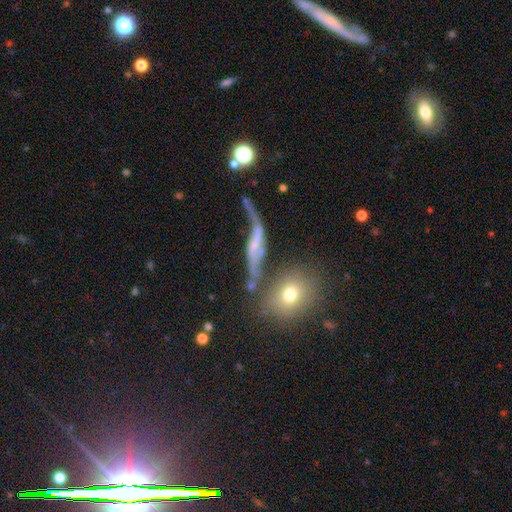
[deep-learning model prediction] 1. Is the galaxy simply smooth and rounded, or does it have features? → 67% featured or disk, 22% smooth, 11% star or artifact.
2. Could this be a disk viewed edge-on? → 80% no, 20% yes.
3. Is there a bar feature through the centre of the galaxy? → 44% no, 32% weak, 24% strong.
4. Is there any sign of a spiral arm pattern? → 69% yes, 31% no.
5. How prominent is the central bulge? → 42% small, 31% none, 21% moderate, 4% large, 2% dominant.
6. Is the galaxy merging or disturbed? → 32% none, 27% major disturbance, 25% merger, 17% minor disturbance.